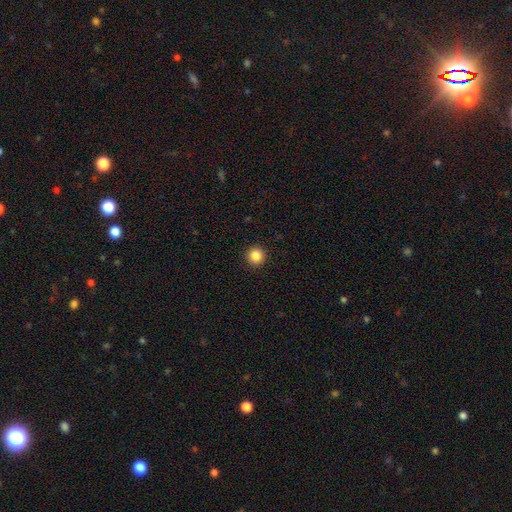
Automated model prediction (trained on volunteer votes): A smooth galaxy with no disk features (86%) that is round (94%). Merging: none (93%).